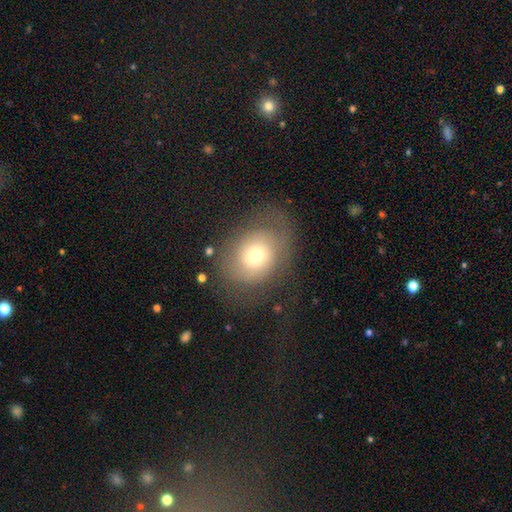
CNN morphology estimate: A smooth galaxy with no disk features (57%) that is round (50%). Merging: none (61%).